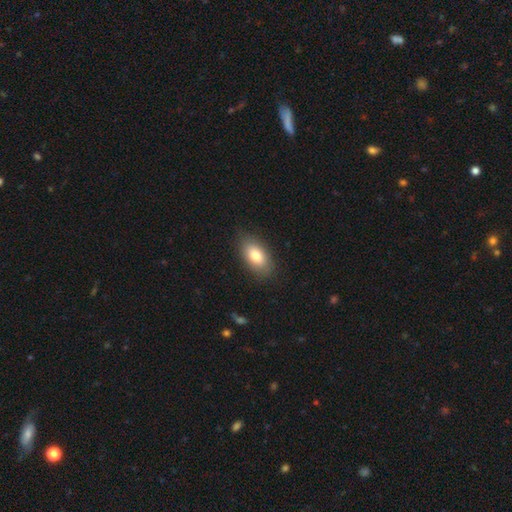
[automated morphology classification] The model was most divided on "smooth or featured": smooth: 81%, featured or disk: 12%, star or artifact: 7%. More confident: how rounded — in between (91%); merging — none (85%).